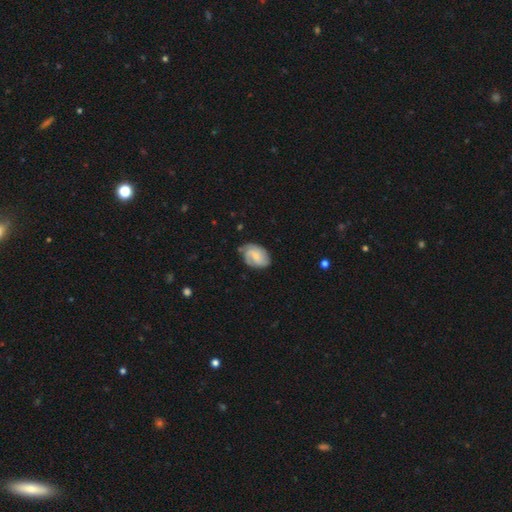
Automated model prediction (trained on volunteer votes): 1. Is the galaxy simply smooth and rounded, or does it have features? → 69% featured or disk, 25% smooth, 6% star or artifact.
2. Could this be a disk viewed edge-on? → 98% no, 2% yes.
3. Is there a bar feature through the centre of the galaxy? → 45% weak (tied), 45% no (tied), 10% strong.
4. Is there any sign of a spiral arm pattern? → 94% yes, 6% no.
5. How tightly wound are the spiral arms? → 43% tight, 41% medium, 17% loose.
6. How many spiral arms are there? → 39% 2, 29% 3, 18% can't tell, 6% 1, 4% 4, 3% more than 4.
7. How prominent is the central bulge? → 57% small, 28% moderate, 12% none, 2% large, 1% dominant.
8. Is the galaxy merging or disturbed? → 68% none, 23% minor disturbance, 7% major disturbance, 2% merger.